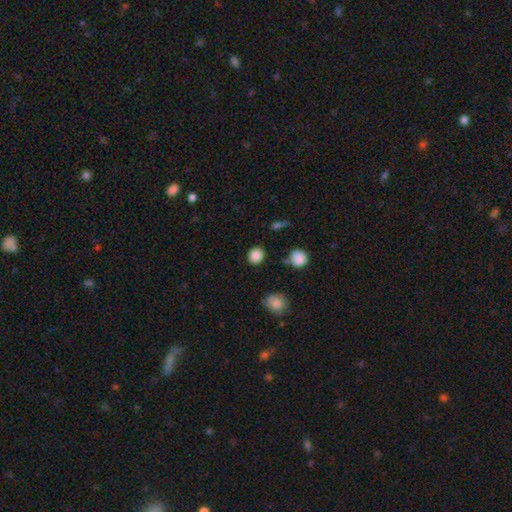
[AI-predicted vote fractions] This appears to be a smooth galaxy with no disk features (85%) that is round (83%). Merging: none (87%).